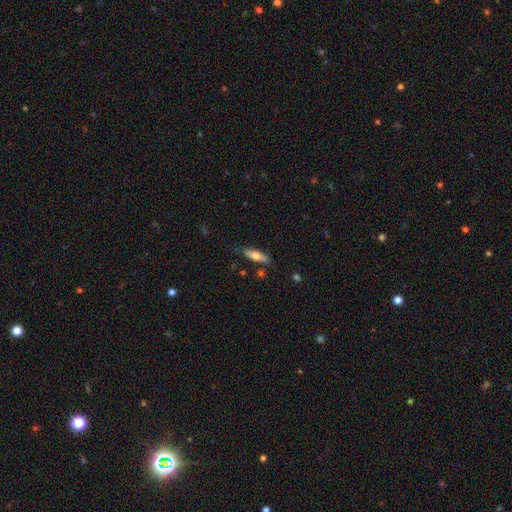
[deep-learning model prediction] smooth_or_featured: smooth (p=0.62) [alt: featured or disk p=0.32]
how_rounded: cigar-shaped (p=0.57) [alt: in between p=0.41]
merging: none (p=0.74) [alt: minor disturbance p=0.19]